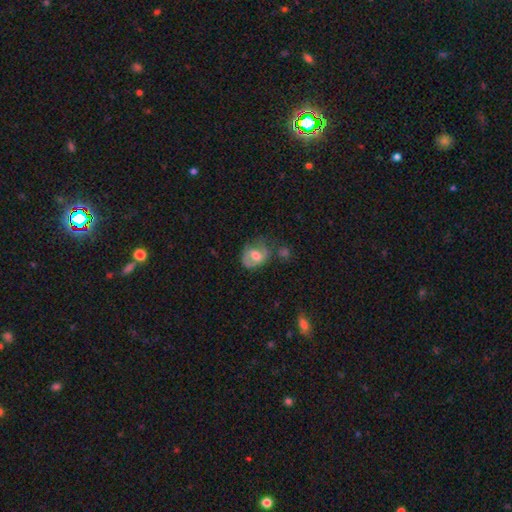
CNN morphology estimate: This is possibly a featured or disk galaxy (46%, tied with smooth). Merging: marginally none (42%).